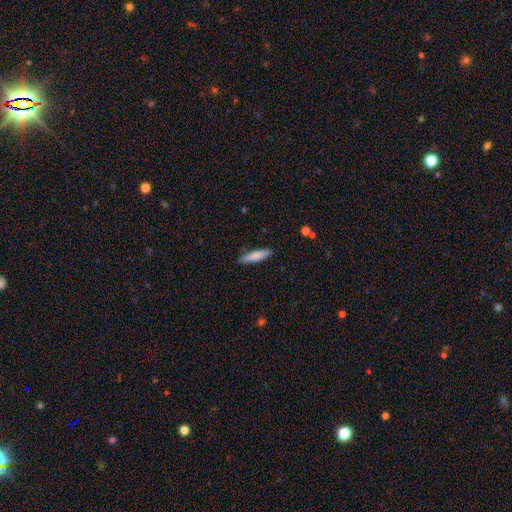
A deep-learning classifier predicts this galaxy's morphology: Smooth or featured? smooth (80%)
How rounded? cigar-shaped (79%)
Merging? none (87%)